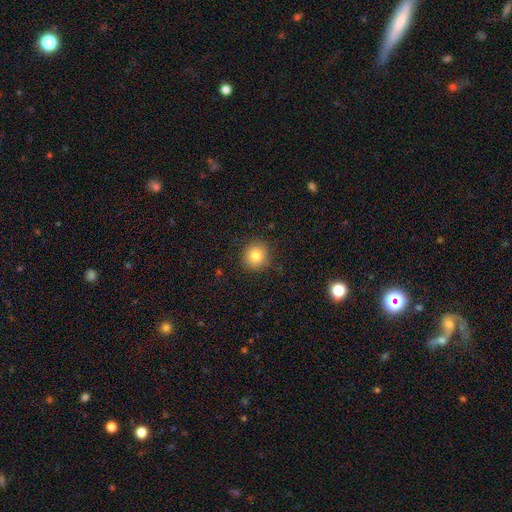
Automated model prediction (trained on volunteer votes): Smooth or featured? smooth (82%)
How rounded? round (91%)
Merging? none (88%)